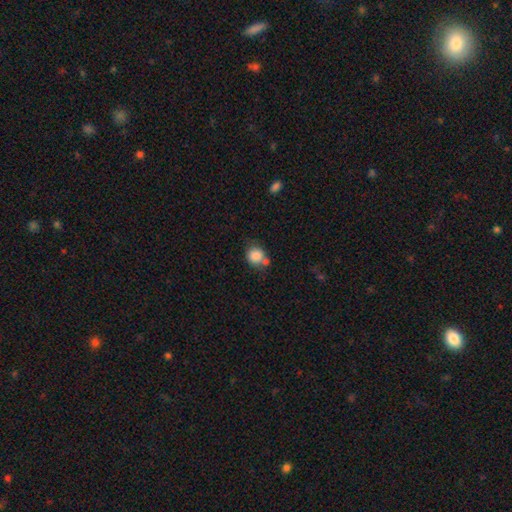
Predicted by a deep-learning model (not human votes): Smooth or featured? Predicted: smooth (p=0.84). How rounded? Predicted: round (p=0.78). Merging? Predicted: none (p=0.54).